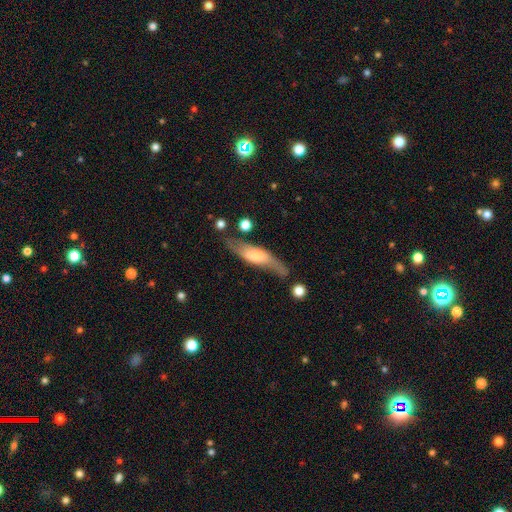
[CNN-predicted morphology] Smooth or featured? Predicted: featured or disk (p=0.52). Edge-on disk? Predicted: yes (p=0.51). Merging? Predicted: none (p=0.59).